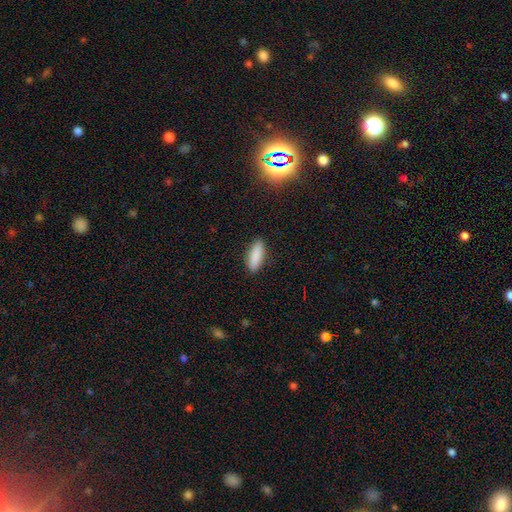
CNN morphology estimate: Smooth or featured? Predicted: smooth (p=0.89). How rounded? Predicted: in between (p=0.62). Merging? Predicted: none (p=0.89).